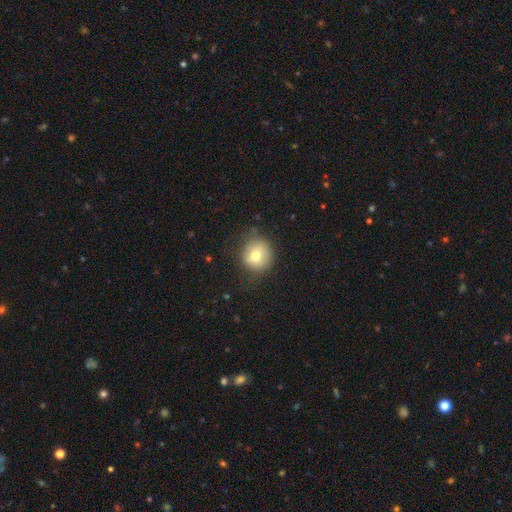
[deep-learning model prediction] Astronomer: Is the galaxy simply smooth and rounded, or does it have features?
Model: smooth — 74%.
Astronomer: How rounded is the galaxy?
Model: round — 86%.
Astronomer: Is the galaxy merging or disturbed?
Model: none — 72%.